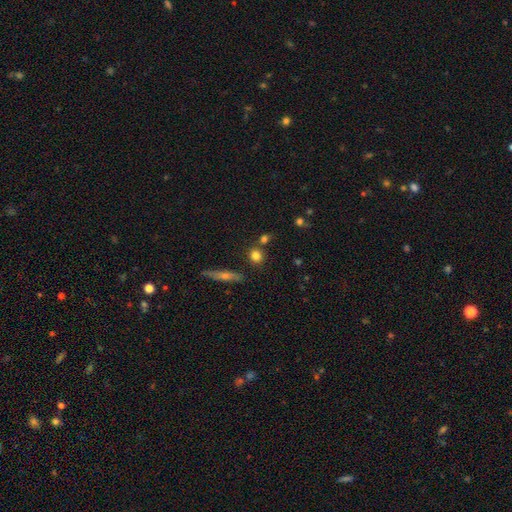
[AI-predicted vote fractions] A smooth galaxy with no disk features (79%) that is round (81%).

Vote fractions:
- Smooth or featured? smooth: 79% / star or artifact: 11% / featured or disk: 10%
- How rounded? round: 81% / in between: 15% / cigar-shaped: 5%
- Merging? none: 76% / merger: 12% / minor disturbance: 9% / major disturbance: 3%